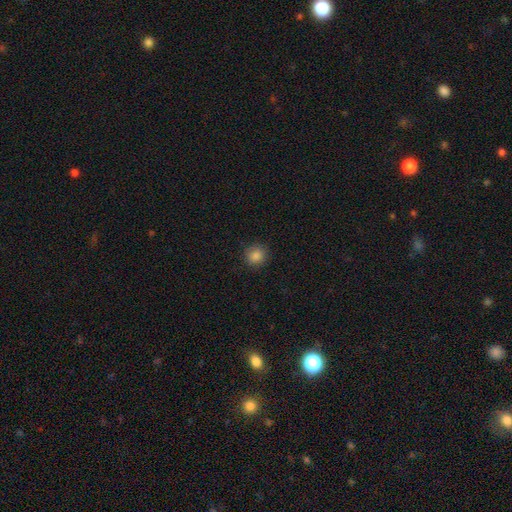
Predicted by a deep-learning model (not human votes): smooth_or_featured: smooth (p=0.85) [alt: star or artifact p=0.11]
how_rounded: round (p=0.91) [alt: in between p=0.08]
merging: none (p=0.89) [alt: minor disturbance p=0.07]